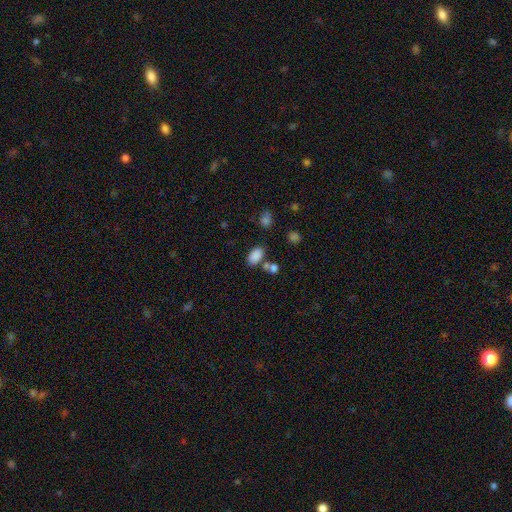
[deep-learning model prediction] A smooth galaxy with no disk features (84%) that is in between round and cigar-shaped (89%). Merging: none (67%).